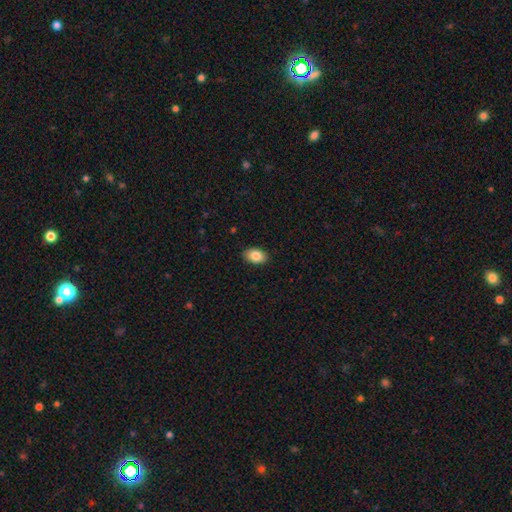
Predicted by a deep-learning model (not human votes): This appears to be a smooth galaxy with no disk features (86%) that is in between round and cigar-shaped (88%). Merging: none (88%).